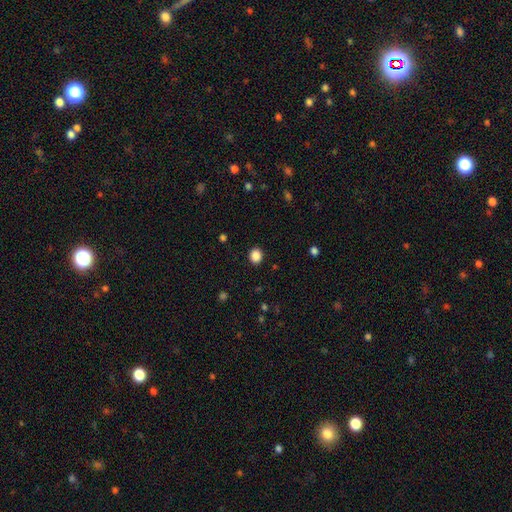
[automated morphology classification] smooth_or_featured: smooth (p=0.87) [alt: star or artifact p=0.10]
how_rounded: round (p=0.72) [alt: in between p=0.27]
merging: none (p=0.91) [alt: minor disturbance p=0.06]